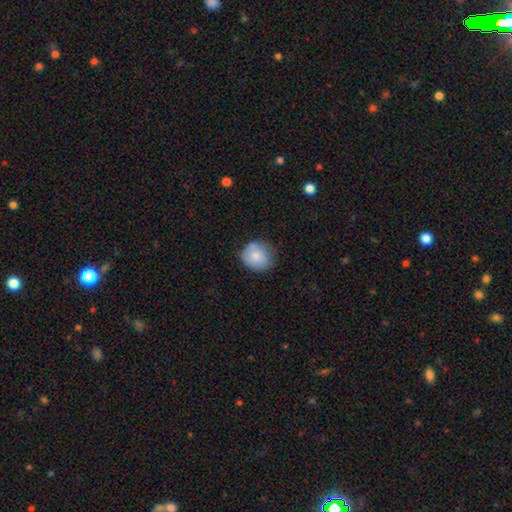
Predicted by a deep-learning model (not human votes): Smooth or featured: smooth — 78% (featured or disk — 15%)
How rounded: round — 80% (in between — 19%)
Merging: none — 68% (minor disturbance — 25%)